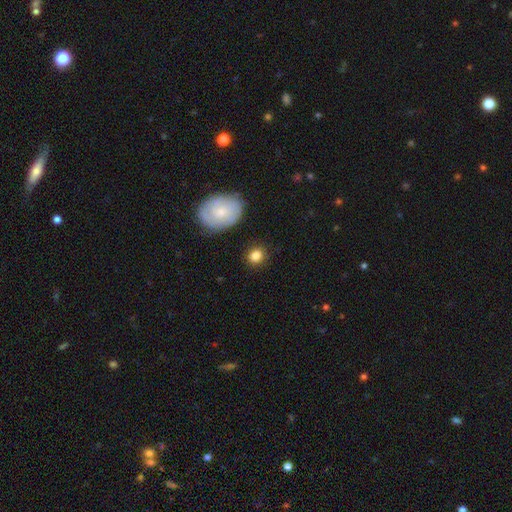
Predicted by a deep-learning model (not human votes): Q: Smooth or featured?
A: smooth (82%); runner-up: featured or disk (10%)
Q: How rounded?
A: round (77%); runner-up: in between (22%)
Q: Merging?
A: none (85%); runner-up: minor disturbance (9%)